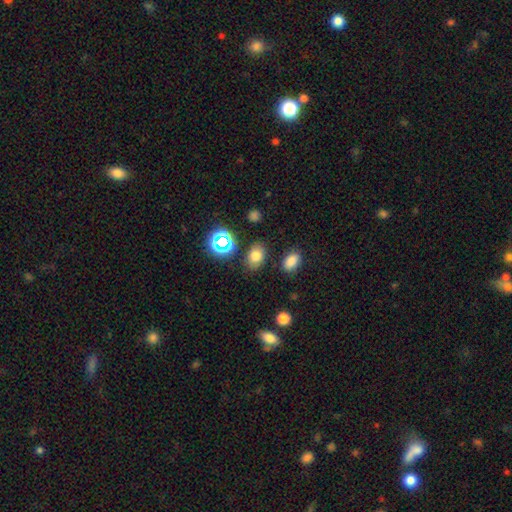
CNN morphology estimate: Smooth or featured: smooth — 75% (star or artifact — 17%)
How rounded: in between — 77% (round — 21%)
Merging: none — 83% (minor disturbance — 10%)